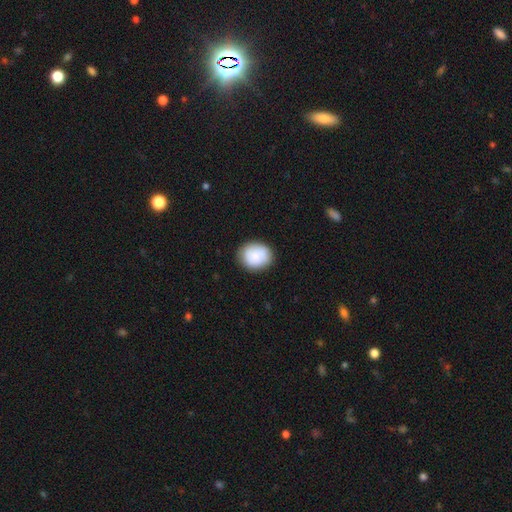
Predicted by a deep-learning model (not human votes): A smooth galaxy with no disk features (86%) that is round (60%).

Vote fractions:
- Smooth or featured? smooth: 86% / featured or disk: 7% / star or artifact: 7%
- How rounded? round: 60% / in between: 39% / cigar-shaped: 1%
- Merging? none: 83% / minor disturbance: 12% / major disturbance: 3% / merger: 1%